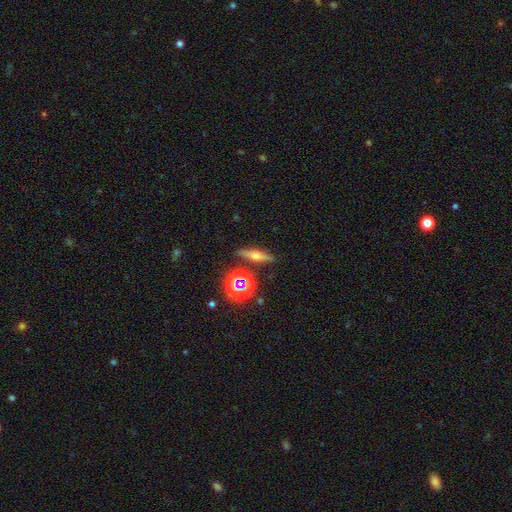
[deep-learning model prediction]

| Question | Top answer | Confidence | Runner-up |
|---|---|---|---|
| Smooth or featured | featured or disk | 47% | smooth (35%) |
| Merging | none | 85% | minor disturbance (9%) |